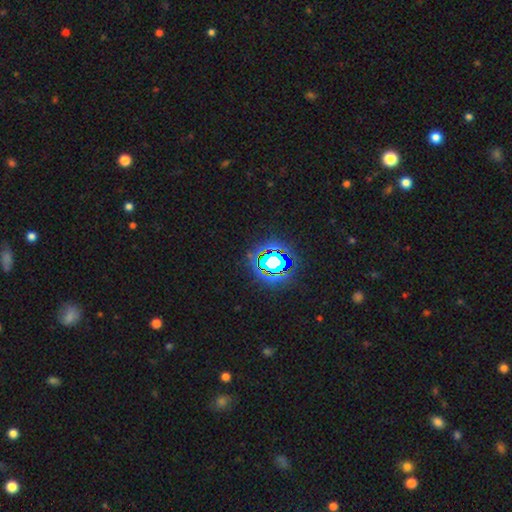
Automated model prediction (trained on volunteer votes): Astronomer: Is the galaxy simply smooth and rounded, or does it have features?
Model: star or artifact — 82%.